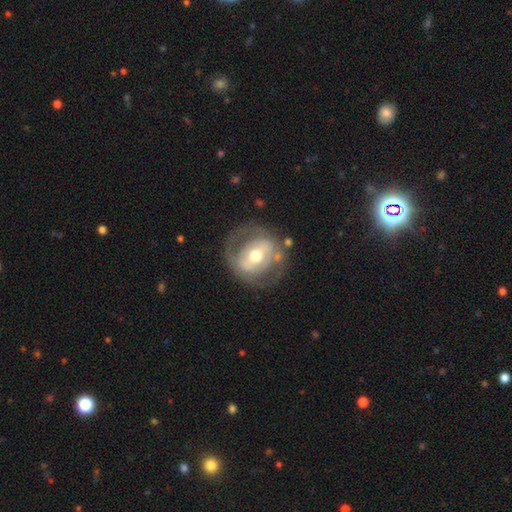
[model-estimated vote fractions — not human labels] A featured or disk galaxy (65%) with no bar (36%), no spiral arms (65%) and a moderate central bulge (72%).

Vote fractions:
- Smooth or featured? featured or disk: 65% / smooth: 29% / star or artifact: 6%
- Edge-on disk? no: 95% / yes: 5%
- Bar? no: 36% / weak: 33% / strong: 31%
- Spiral arms? no: 65% / yes: 35%
- Bulge size? moderate: 72% / small: 16% / large: 10% / dominant: 1% / none: 1%
- Merging? none: 69% / minor disturbance: 16% / major disturbance: 12% / merger: 3%